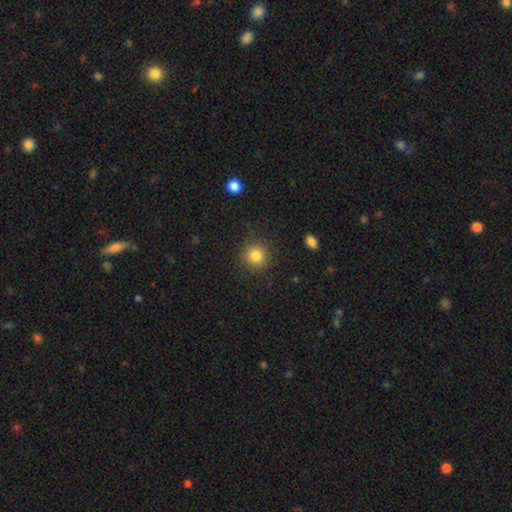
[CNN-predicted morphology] Overall: smooth (84%). How rounded: round (92%). Merging: none (88%).